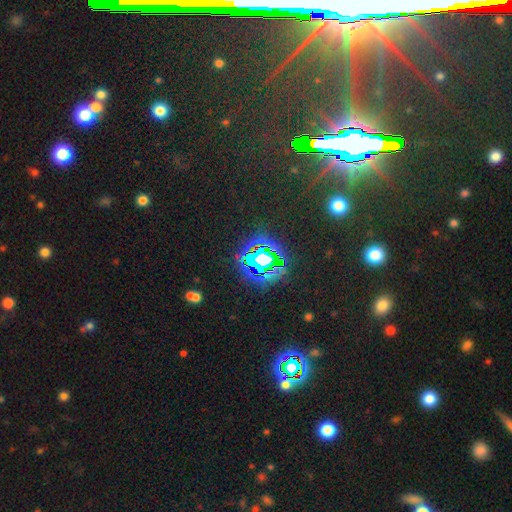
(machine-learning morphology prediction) Smooth or featured? star or artifact (83%)